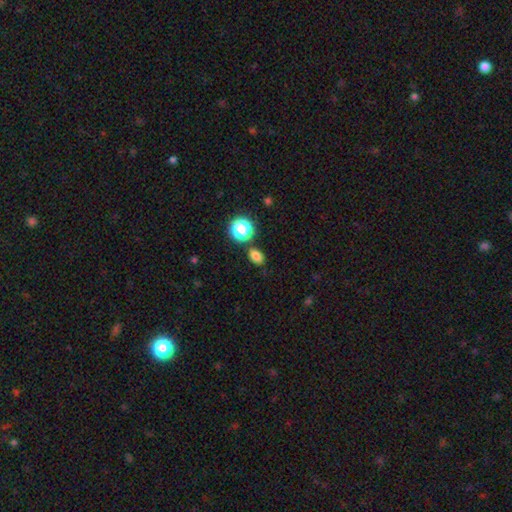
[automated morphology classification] This appears to be a smooth galaxy with no disk features (77%) that is in between round and cigar-shaped (71%). Merging: none (81%).